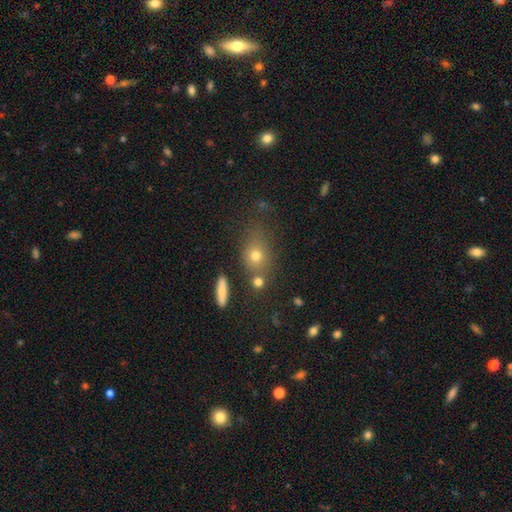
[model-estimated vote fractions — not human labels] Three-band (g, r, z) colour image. It shows a smooth galaxy with no disk features (68%) that is in between round and cigar-shaped (48%, tied with round). Merging: none (60%).